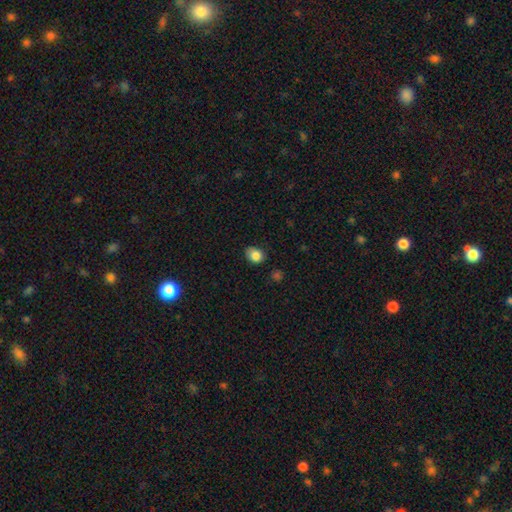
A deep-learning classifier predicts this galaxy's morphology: This appears to be a smooth galaxy with no disk features (84%) that is in between round and cigar-shaped (55%). Merging: none (79%).